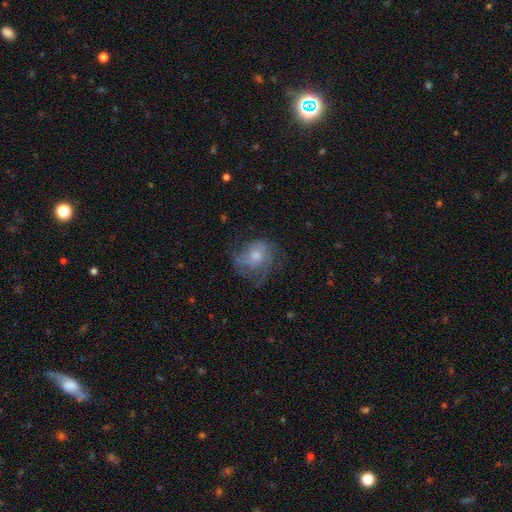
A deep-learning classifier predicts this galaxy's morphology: This is possibly a featured or disk galaxy (51%). It is clearly not viewed edge-on (97%). Merging: marginally none (43%).